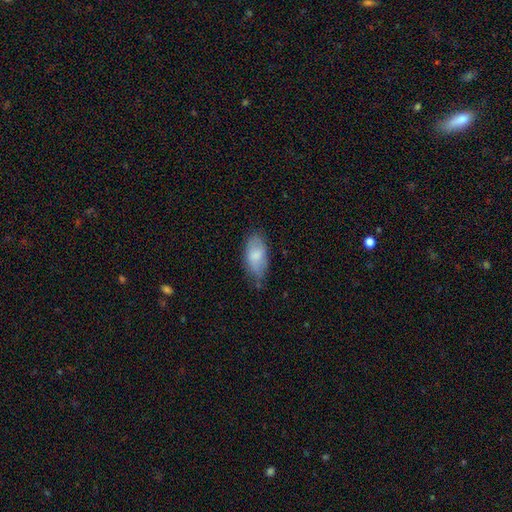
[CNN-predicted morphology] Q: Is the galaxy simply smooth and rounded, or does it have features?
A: smooth — 78%.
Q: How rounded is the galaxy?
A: in between — 93%.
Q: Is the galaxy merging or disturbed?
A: none — 61%.